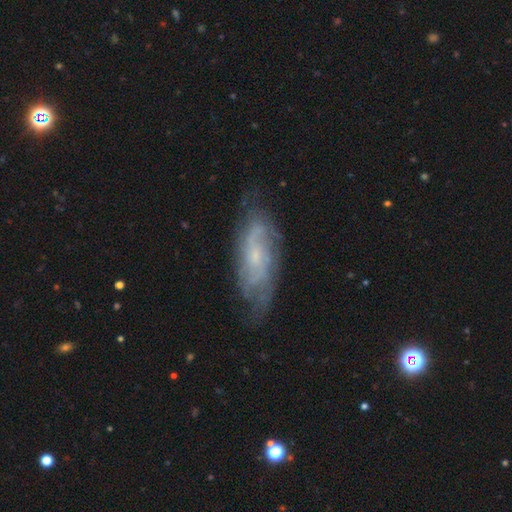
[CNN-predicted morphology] A featured or disk galaxy (71%) with no bar (65%), tight (43%) spiral arms (87%) and a small central bulge (68%).

Vote fractions:
- Smooth or featured? featured or disk: 71% / smooth: 21% / star or artifact: 8%
- Edge-on disk? no: 87% / yes: 13%
- Bar? no: 65% / weak: 30% / strong: 5%
- Spiral arms? yes: 87% / no: 13%
- Spiral winding? tight: 43% / medium: 39% / loose: 18%
- Spiral arm count? can't tell: 48% / 2: 26% / 3: 11% / 4: 6% / 1: 4% / more than 4: 4%
- Bulge size? small: 68% / moderate: 20% / none: 10% / large: 1% / dominant: 1%
- Merging? none: 70% / minor disturbance: 21% / major disturbance: 7% / merger: 2%